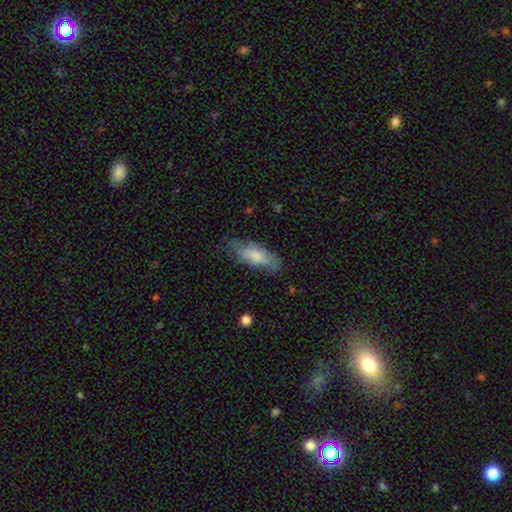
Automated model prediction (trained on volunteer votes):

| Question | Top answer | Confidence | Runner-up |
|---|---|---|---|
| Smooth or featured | smooth | 70% | featured or disk (24%) |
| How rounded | in between | 76% | cigar-shaped (22%) |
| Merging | none | 57% | minor disturbance (30%) |